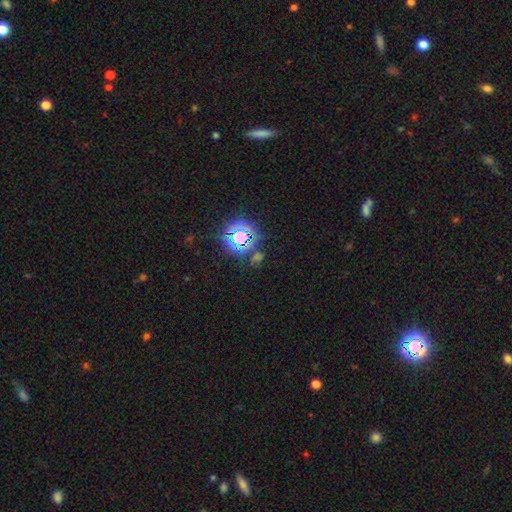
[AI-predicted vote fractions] This is likely a star or artifact rather than a galaxy (73%).